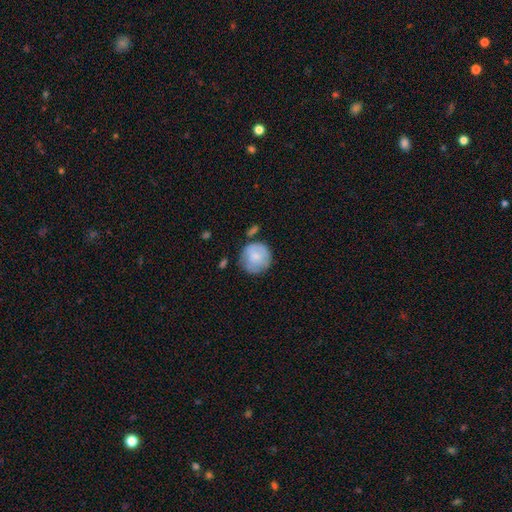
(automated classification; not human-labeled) A smooth galaxy with no disk features (74%) that is round (92%). Merging: none (65%).